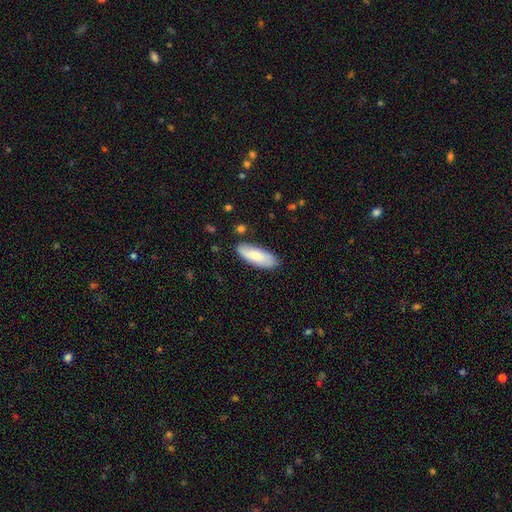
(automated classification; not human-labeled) A smooth galaxy with no disk features (79%) that is in between round and cigar-shaped (75%).

Vote fractions:
- Smooth or featured? smooth: 79% / featured or disk: 16% / star or artifact: 6%
- How rounded? in between: 75% / cigar-shaped: 23% / round: 2%
- Merging? none: 82% / minor disturbance: 14% / major disturbance: 3% / merger: 2%